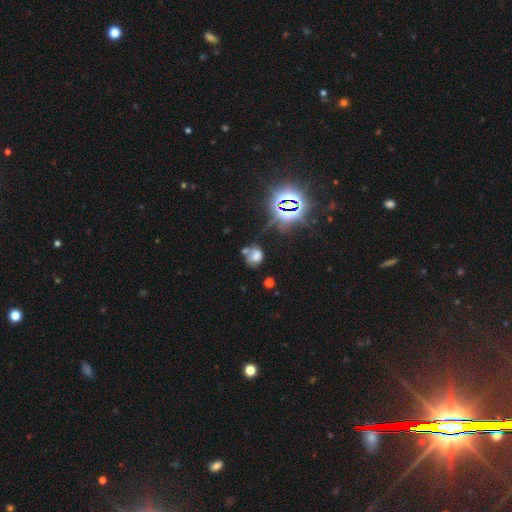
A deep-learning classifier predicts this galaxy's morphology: Smooth or featured? smooth (53%)
How rounded? round (50%)
Merging? none (41%)